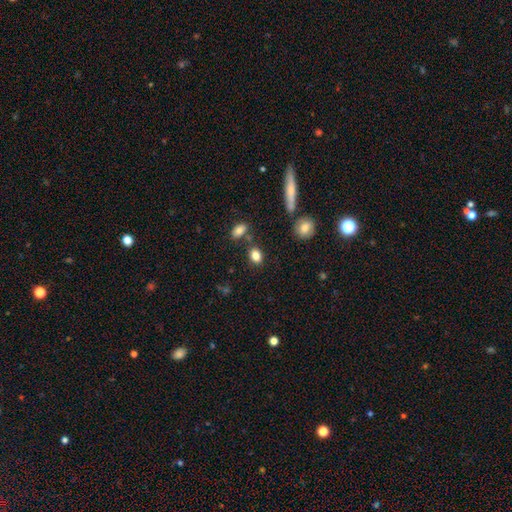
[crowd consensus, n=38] smooth 82%, featured or disk 13%, star or artifact 5%. Down the decision tree: how rounded — round (58%); merging — none (78%).